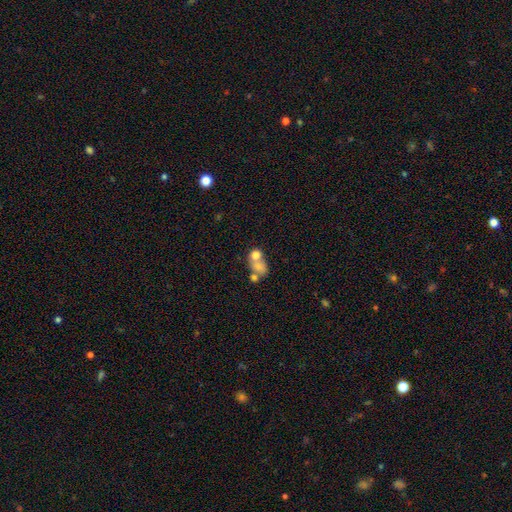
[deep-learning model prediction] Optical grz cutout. It shows a smooth galaxy with no disk features (67%) that is in between round and cigar-shaped (52%). Merging: merger (65%).